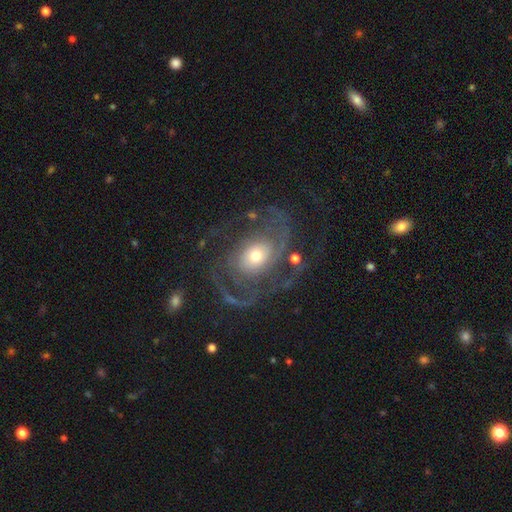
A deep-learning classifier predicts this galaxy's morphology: Smooth or featured? featured or disk (85%)
Edge-on disk? no (97%)
Bar? no (73%)
Spiral arms? yes (91%)
Spiral winding? medium (45%)
Spiral arm count? 2 (45%)
Bulge size? moderate (53%)
Merging? none (58%)